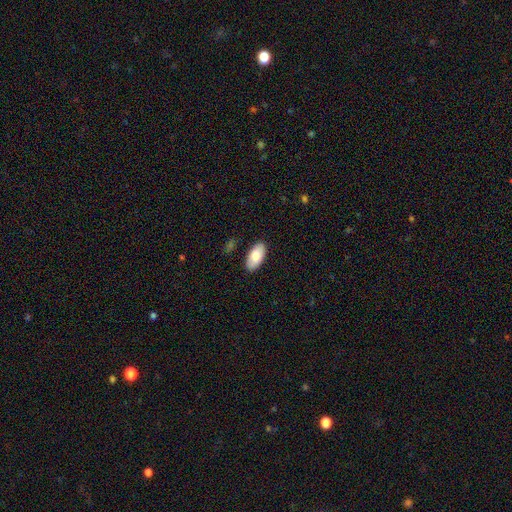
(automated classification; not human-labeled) A smooth galaxy with no disk features (79%) that is in between round and cigar-shaped (94%).

Vote fractions:
- Smooth or featured? smooth: 79% / featured or disk: 15% / star or artifact: 6%
- How rounded? in between: 94% / cigar-shaped: 4% / round: 2%
- Merging? none: 88% / minor disturbance: 9% / major disturbance: 2% / merger: 1%